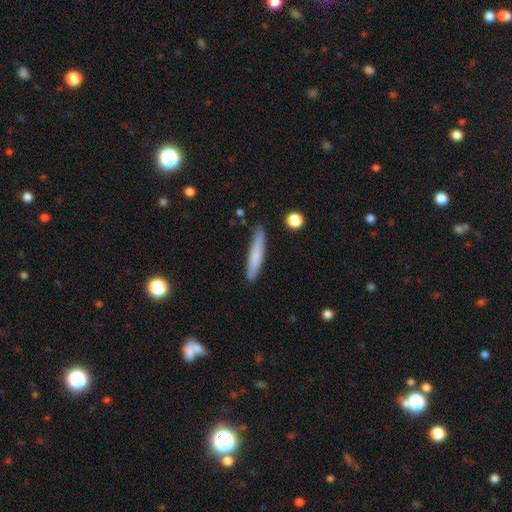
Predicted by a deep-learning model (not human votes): Morphology: type=smooth (74%); roundness=cigar-shaped (91%); merging=none (85%).